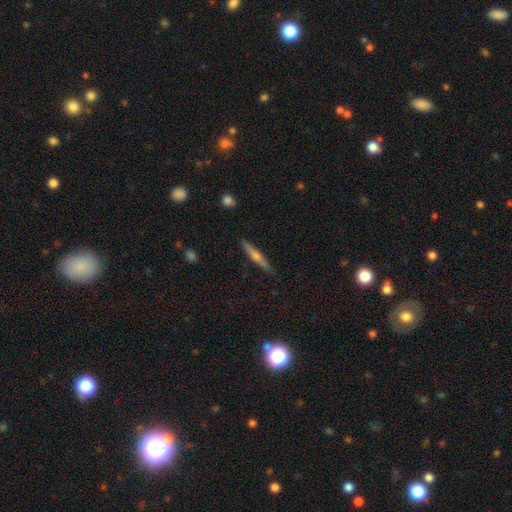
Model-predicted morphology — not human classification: Smooth or featured: featured or disk — 51% (smooth — 41%)
Edge-on disk: yes — 96% (no — 4%)
Merging: none — 90% (minor disturbance — 7%)